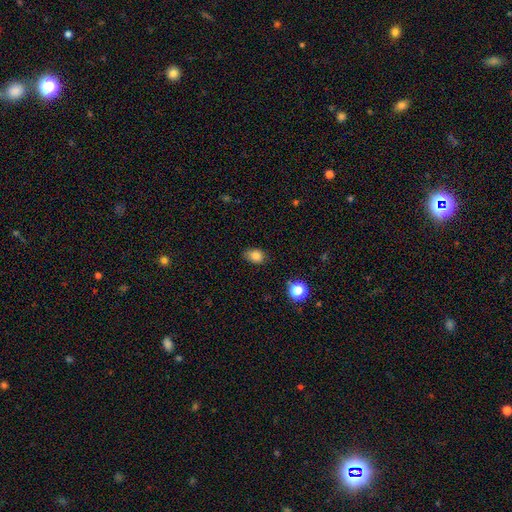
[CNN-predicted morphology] Q: Smooth or featured?
A: smooth (83%); runner-up: star or artifact (12%)
Q: How rounded?
A: in between (69%); runner-up: round (30%)
Q: Merging?
A: none (78%); runner-up: minor disturbance (17%)